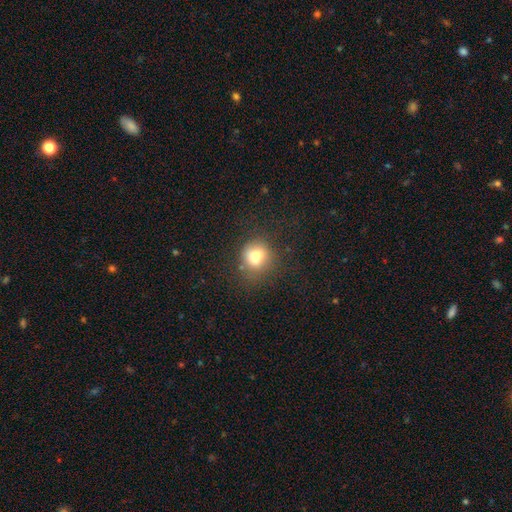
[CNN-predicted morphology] Smooth or featured?
  - smooth: 75% *
  - featured or disk: 14%
  - star or artifact: 12%
How rounded?
  - round: 74% *
  - in between: 25%
  - cigar-shaped: 1%
Merging?
  - none: 56% *
  - minor disturbance: 19%
  - merger: 17%
  - major disturbance: 8%